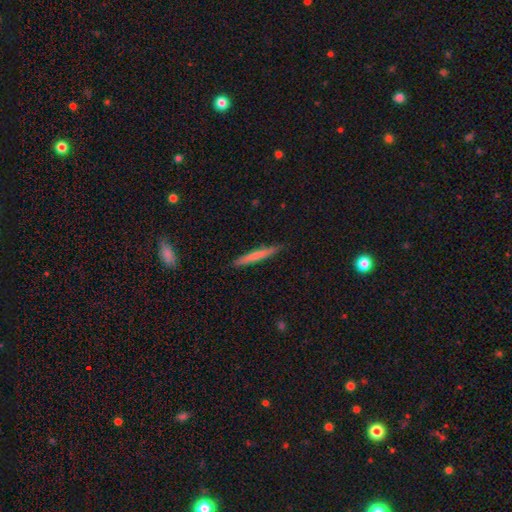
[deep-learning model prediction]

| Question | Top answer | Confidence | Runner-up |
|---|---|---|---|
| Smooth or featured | smooth | 67% | featured or disk (28%) |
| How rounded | cigar-shaped | 96% | in between (3%) |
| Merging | none | 88% | minor disturbance (9%) |